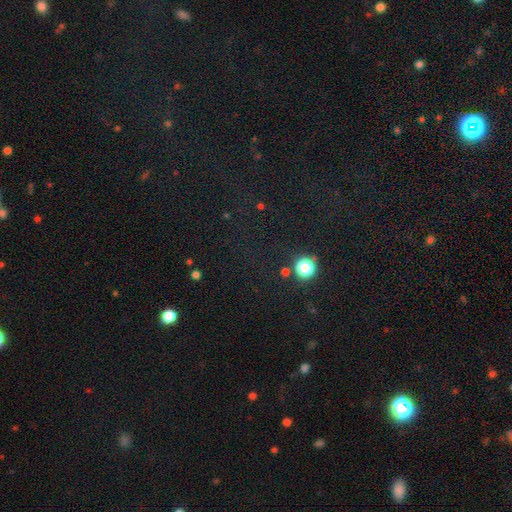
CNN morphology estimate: A star or artifact, not a galaxy (71%).